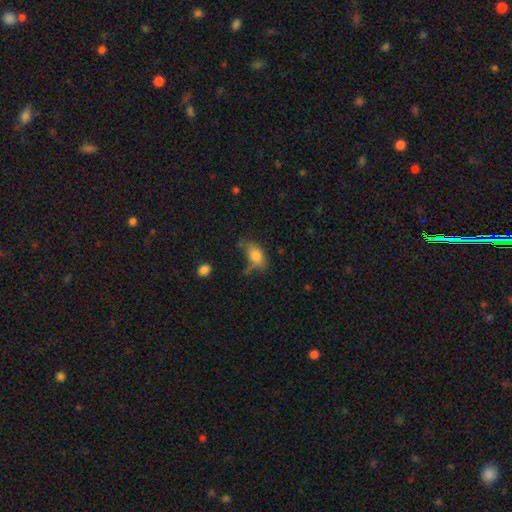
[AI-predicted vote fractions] Smooth or featured? Predicted: smooth (p=0.79). How rounded? Predicted: in between (p=0.87). Merging? Predicted: none (p=0.49).